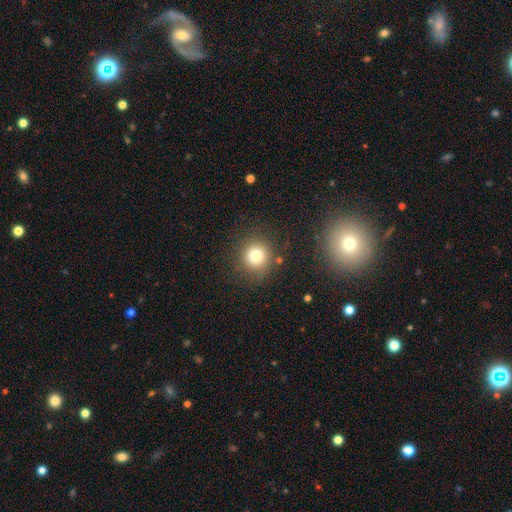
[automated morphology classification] A smooth galaxy with no disk features (81%) that is round (89%). Merging: none (82%).